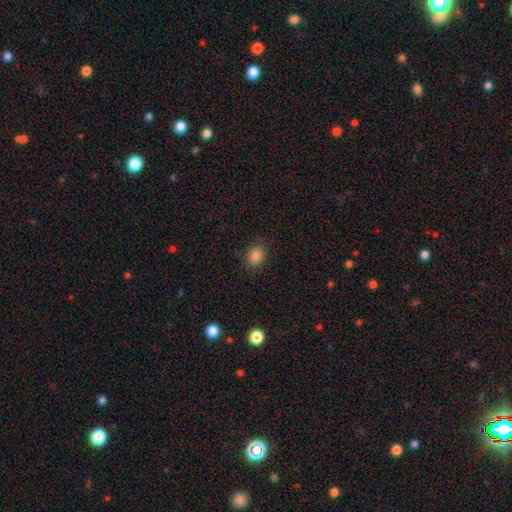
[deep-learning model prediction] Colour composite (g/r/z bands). It shows a smooth galaxy with no disk features (84%) that is round (53%). Merging: none (85%).